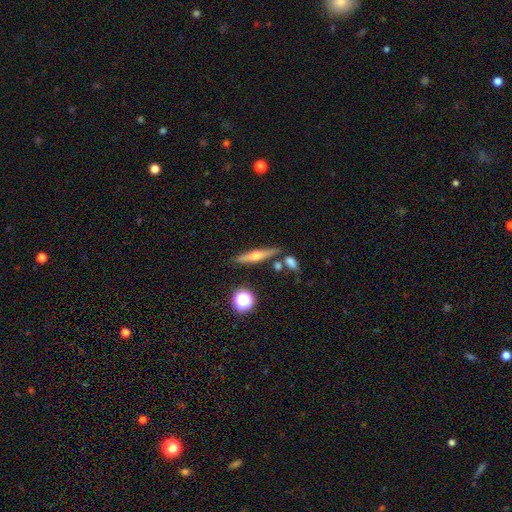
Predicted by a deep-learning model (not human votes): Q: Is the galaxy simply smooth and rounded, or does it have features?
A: featured or disk — 52%.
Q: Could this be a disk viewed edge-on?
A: yes — 94%.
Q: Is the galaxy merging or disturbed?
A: none — 80%.